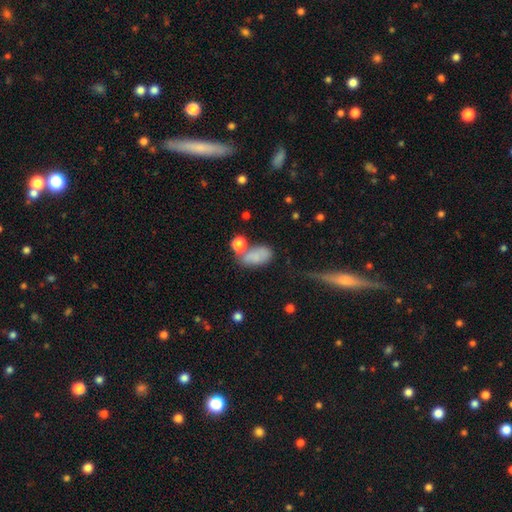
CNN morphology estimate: Smooth or featured: smooth — 74% (featured or disk — 15%)
How rounded: in between — 88% (round — 9%)
Merging: none — 36% (merger — 32%)